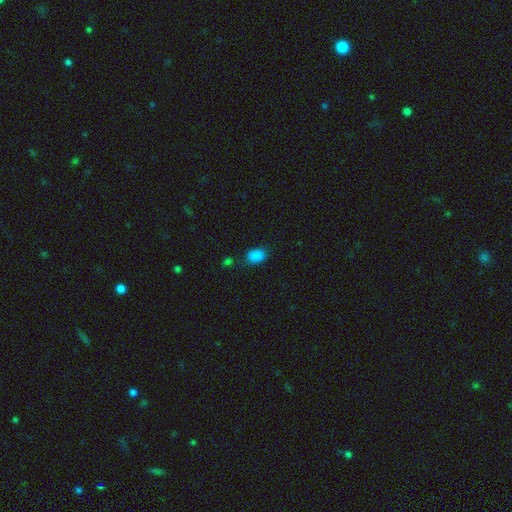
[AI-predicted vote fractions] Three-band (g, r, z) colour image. It shows a smooth galaxy with no disk features (85%) that is in between round and cigar-shaped (85%). Merging: none (72%).